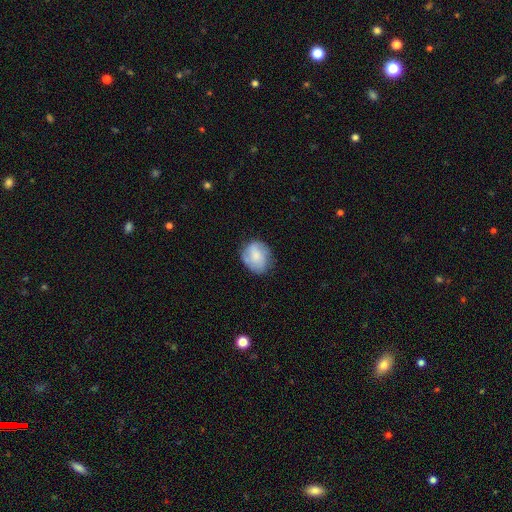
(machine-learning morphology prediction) Smooth or featured?
  - smooth: 61% *
  - featured or disk: 31%
  - star or artifact: 8%
How rounded?
  - round: 59% *
  - in between: 40%
  - cigar-shaped: 1%
Merging?
  - none: 67% *
  - minor disturbance: 24%
  - major disturbance: 7%
  - merger: 1%